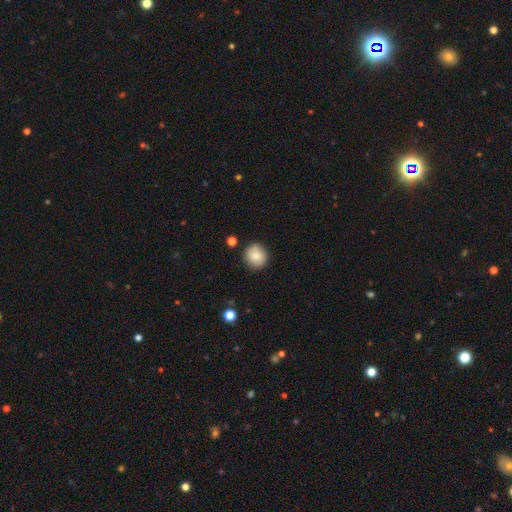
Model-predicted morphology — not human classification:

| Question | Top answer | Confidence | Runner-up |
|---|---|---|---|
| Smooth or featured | smooth | 84% | star or artifact (8%) |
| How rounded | round | 86% | in between (13%) |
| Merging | none | 86% | minor disturbance (10%) |